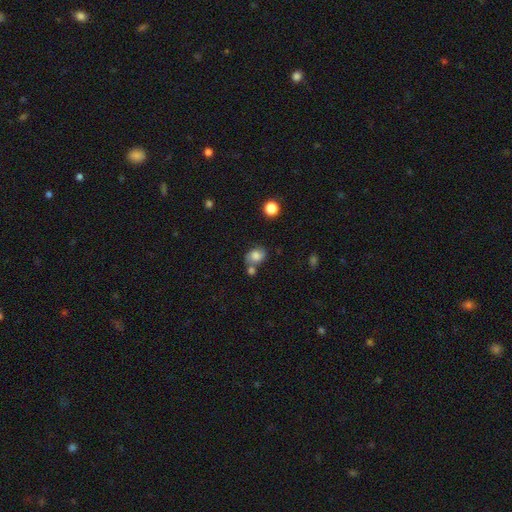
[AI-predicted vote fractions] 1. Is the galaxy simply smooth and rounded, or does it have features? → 69% smooth, 20% featured or disk, 11% star or artifact.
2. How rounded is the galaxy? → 55% in between, 43% round, 1% cigar-shaped.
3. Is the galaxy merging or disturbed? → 50% none, 25% merger, 19% minor disturbance, 7% major disturbance.